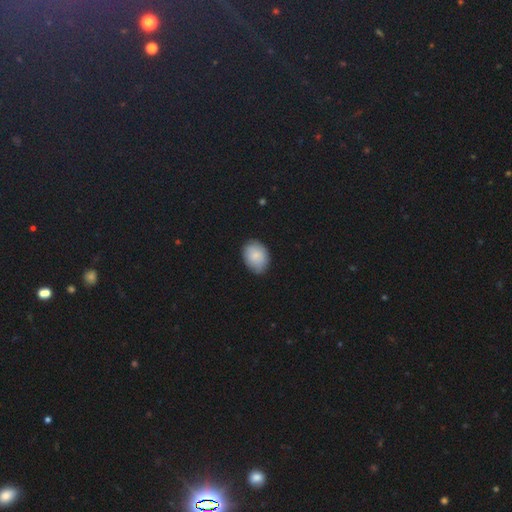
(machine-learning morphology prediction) smooth_or_featured: smooth (p=0.82) [alt: featured or disk p=0.11]
how_rounded: in between (p=0.69) [alt: round p=0.30]
merging: none (p=0.77) [alt: minor disturbance p=0.19]